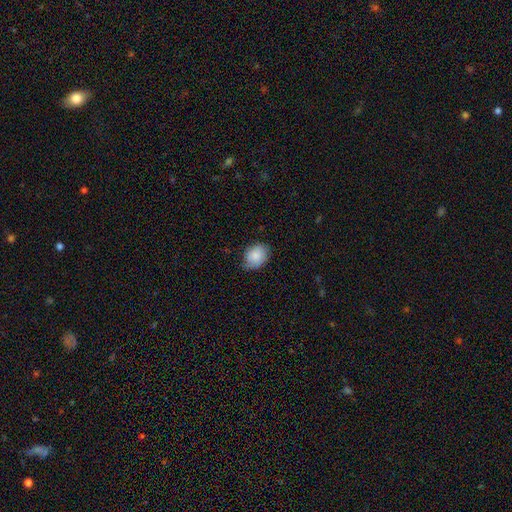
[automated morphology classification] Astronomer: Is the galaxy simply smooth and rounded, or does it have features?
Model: smooth — 83%.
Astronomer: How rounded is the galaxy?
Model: in between — 65%.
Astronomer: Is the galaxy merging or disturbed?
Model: none — 68%.